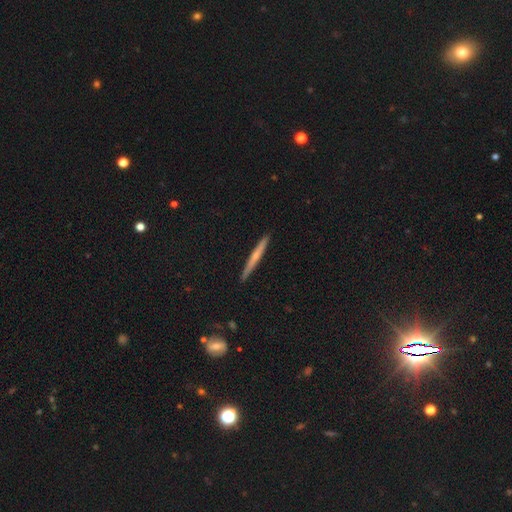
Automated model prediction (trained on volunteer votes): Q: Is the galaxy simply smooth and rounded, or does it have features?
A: featured or disk — 53%.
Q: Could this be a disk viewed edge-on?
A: yes — 97%.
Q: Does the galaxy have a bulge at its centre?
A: rounded — 49%.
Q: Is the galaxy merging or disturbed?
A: none — 91%.